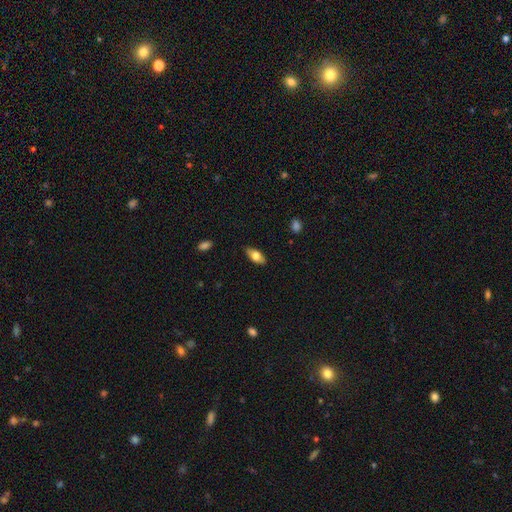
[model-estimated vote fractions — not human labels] The model was most divided on "smooth or featured": smooth: 70%, featured or disk: 23%, star or artifact: 6%. More confident: merging — none (86%); how rounded — in between (85%).